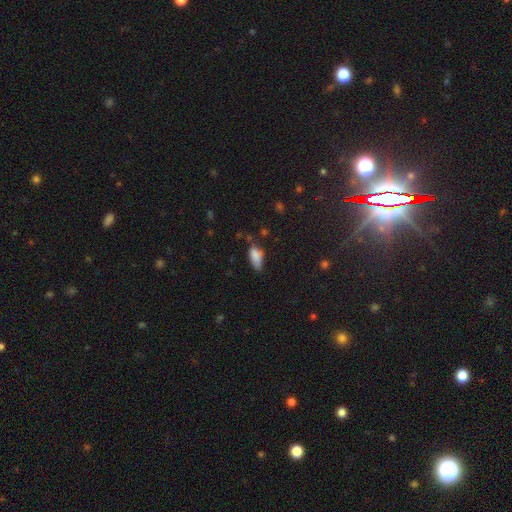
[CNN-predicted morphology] Smooth or featured? smooth (83%)
How rounded? in between (87%)
Merging? none (44%)